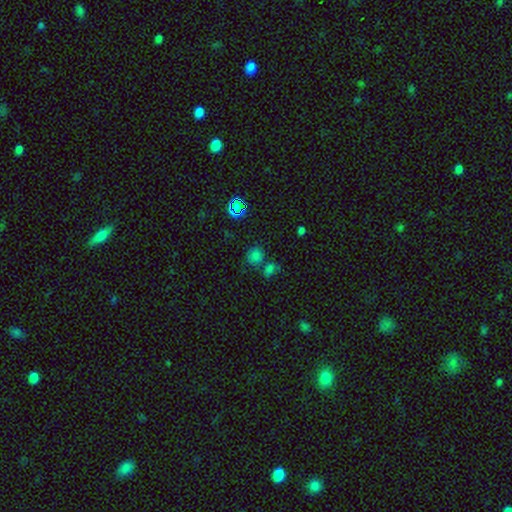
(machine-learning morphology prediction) This is likely a smooth galaxy (64%). How rounded: likely round (74%). Merging: possibly none (55%).